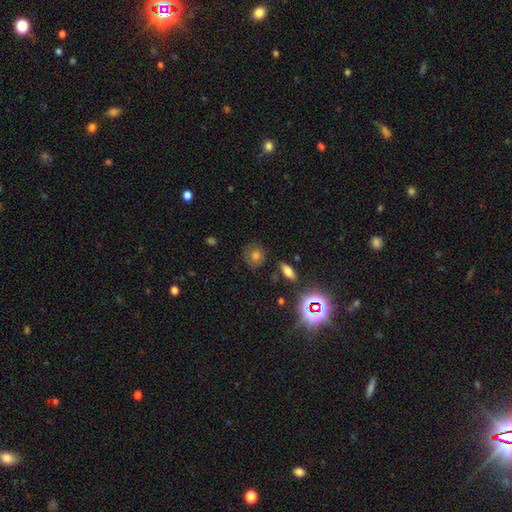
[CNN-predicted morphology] smooth 69%, featured or disk 16%, star or artifact 15%. Down the decision tree: how rounded — round (74%); merging — none (72%).